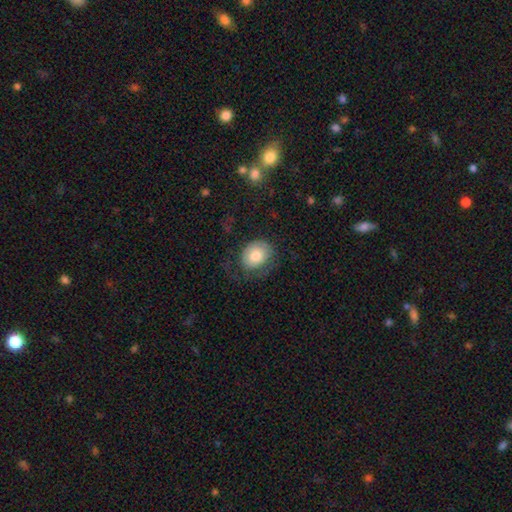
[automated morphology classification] This is likely a smooth galaxy (74%). How rounded: possibly round (51%). Merging: possibly none (53%).